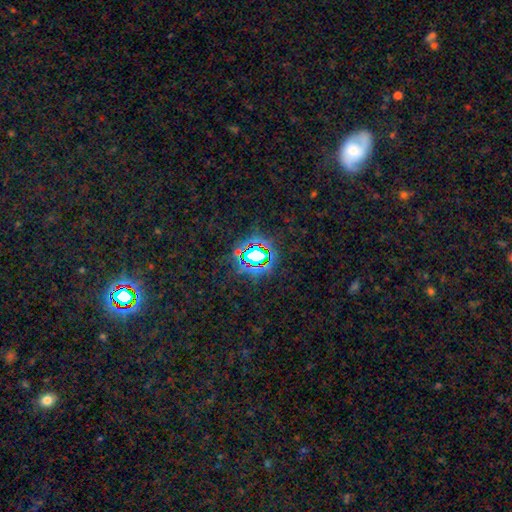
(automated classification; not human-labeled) Morphology: type=star or artifact (80%).